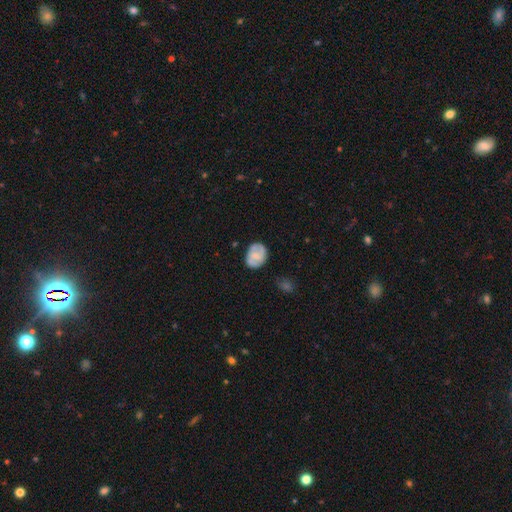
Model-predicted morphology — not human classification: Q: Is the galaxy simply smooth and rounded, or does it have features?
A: featured or disk — 48%.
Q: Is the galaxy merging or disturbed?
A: none — 73%.